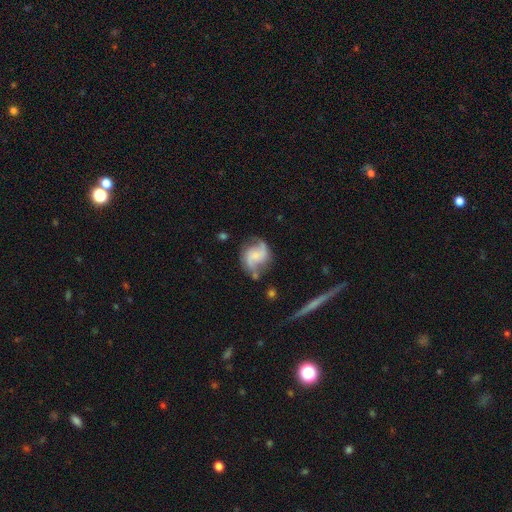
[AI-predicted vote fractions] Smooth or featured: featured or disk — 75% (smooth — 18%)
Edge-on disk: no — 98% (yes — 2%)
Bar: no — 51% (weak — 37%)
Spiral arms: yes — 94% (no — 6%)
Spiral winding: loose — 46% (medium — 41%)
Spiral arm count: 2 — 88% (can't tell — 4%)
Bulge size: none — 38% (small — 34%)
Merging: none — 66% (minor disturbance — 20%)